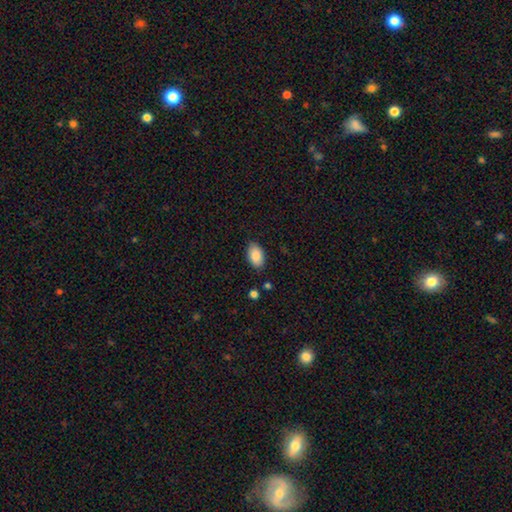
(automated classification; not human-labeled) smooth 87%, star or artifact 7%, featured or disk 6%. Down the decision tree: how rounded — in between (92%); merging — none (83%).